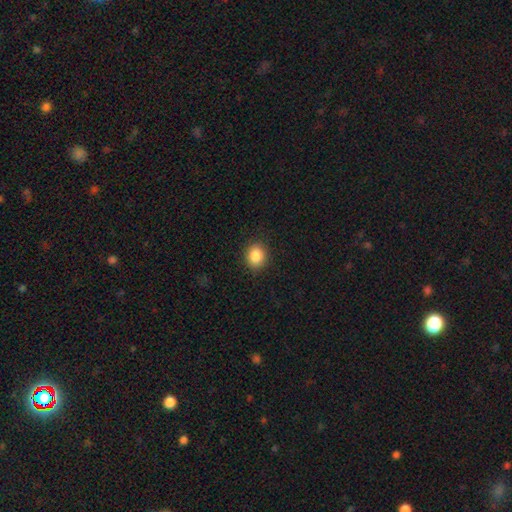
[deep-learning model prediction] A smooth galaxy with no disk features (87%) that is round (58%). Merging: none (89%).